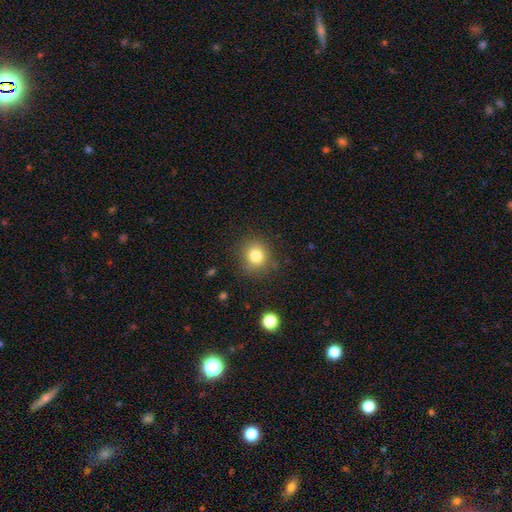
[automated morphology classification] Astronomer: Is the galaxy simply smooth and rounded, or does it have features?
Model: smooth — 81%.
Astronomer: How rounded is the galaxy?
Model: round — 86%.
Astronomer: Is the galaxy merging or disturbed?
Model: none — 85%.